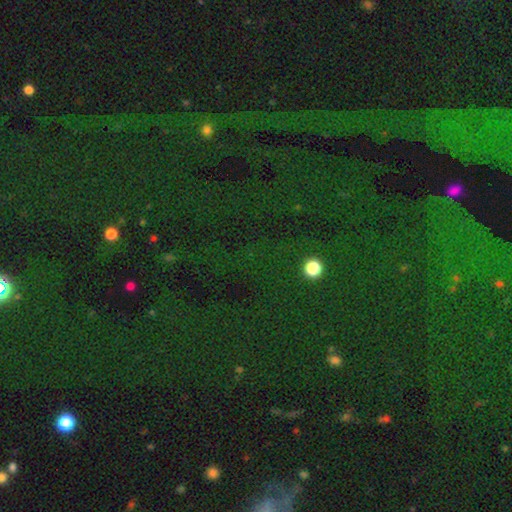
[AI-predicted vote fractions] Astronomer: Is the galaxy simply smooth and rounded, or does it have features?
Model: star or artifact — 78%.